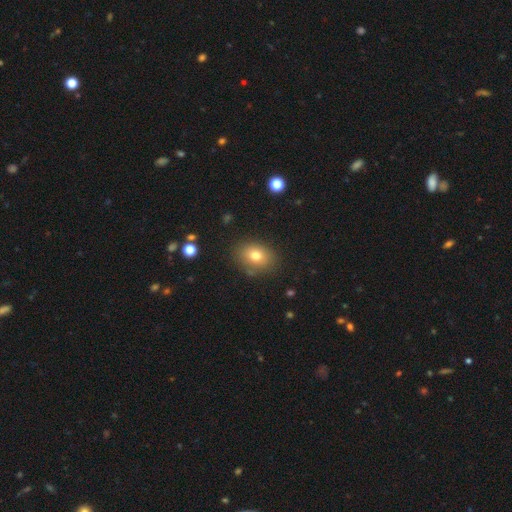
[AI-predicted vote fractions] The model was most divided on "how rounded": in between: 59%, round: 40%, cigar-shaped: 1%. More confident: merging — none (80%); smooth or featured — smooth (76%).